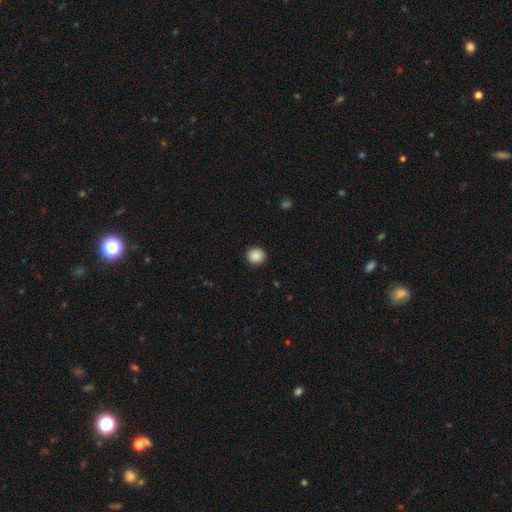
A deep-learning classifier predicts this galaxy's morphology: Smooth or featured? Predicted: smooth (p=0.88). How rounded? Predicted: round (p=0.89). Merging? Predicted: none (p=0.92).